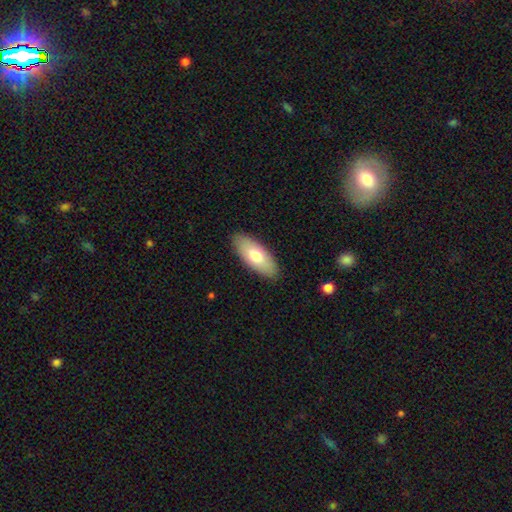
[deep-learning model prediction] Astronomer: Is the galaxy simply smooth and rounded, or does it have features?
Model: smooth — 72%.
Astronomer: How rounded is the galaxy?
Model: in between — 84%.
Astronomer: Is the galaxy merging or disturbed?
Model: none — 88%.